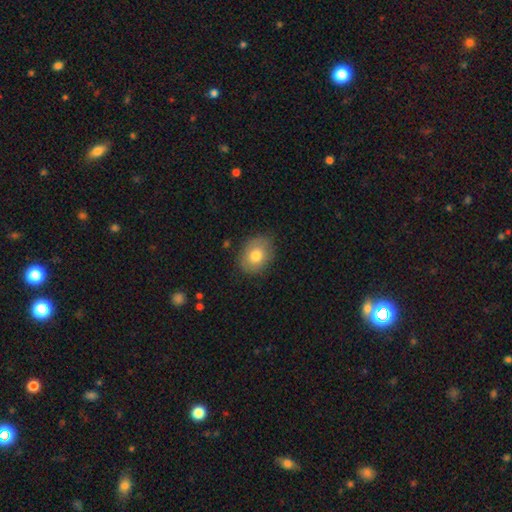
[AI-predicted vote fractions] This is likely a smooth galaxy (77%). How rounded: likely in between (62%). Merging: clearly none (80%).